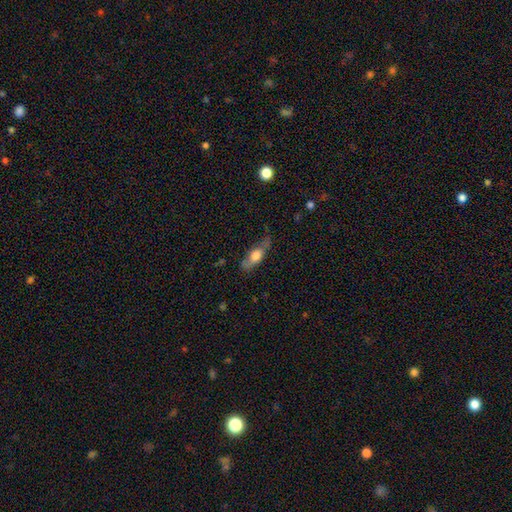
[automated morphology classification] smooth 61%, featured or disk 32%, star or artifact 7%. Down the decision tree: how rounded — in between (62%); merging — none (53%).